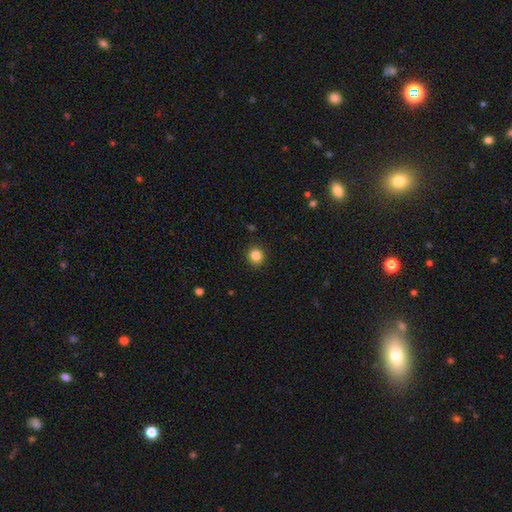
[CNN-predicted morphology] Smooth or featured: smooth — 85% (star or artifact — 11%)
How rounded: round — 91% (in between — 9%)
Merging: none — 92% (minor disturbance — 5%)